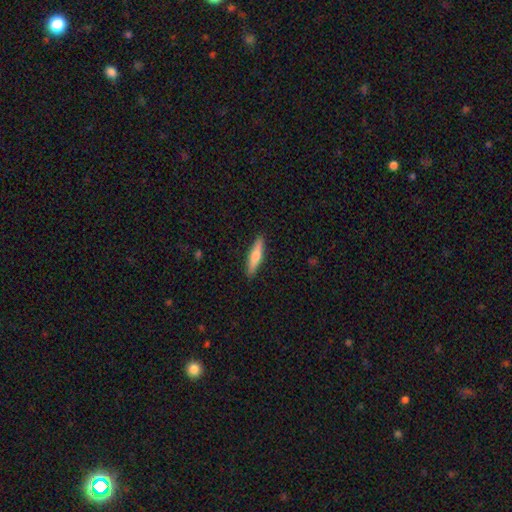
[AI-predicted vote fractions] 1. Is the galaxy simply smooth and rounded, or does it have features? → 53% smooth, 41% featured or disk, 6% star or artifact.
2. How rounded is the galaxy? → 81% cigar-shaped, 17% in between, 2% round.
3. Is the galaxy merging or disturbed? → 90% none, 7% minor disturbance, 2% major disturbance, 1% merger.